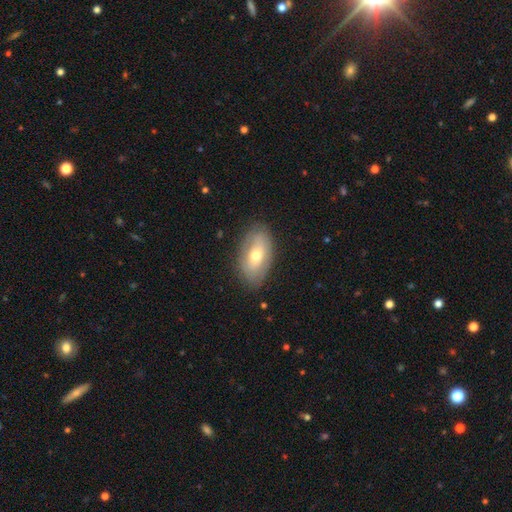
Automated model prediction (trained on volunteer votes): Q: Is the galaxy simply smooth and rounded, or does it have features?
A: smooth — 55%.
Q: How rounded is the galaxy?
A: in between — 91%.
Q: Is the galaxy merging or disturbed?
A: none — 80%.